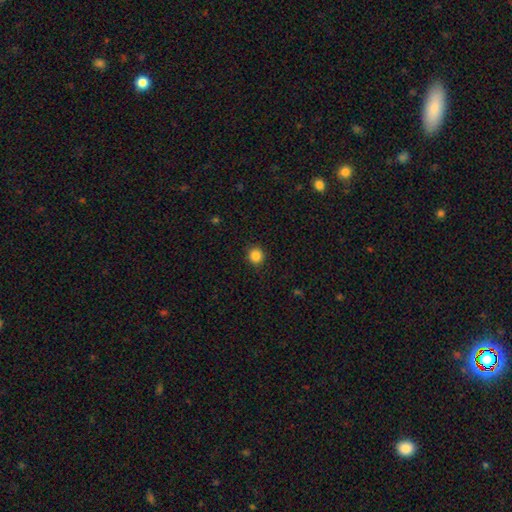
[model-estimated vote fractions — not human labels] Smooth or featured? Predicted: smooth (p=0.86). How rounded? Predicted: round (p=0.93). Merging? Predicted: none (p=0.91).